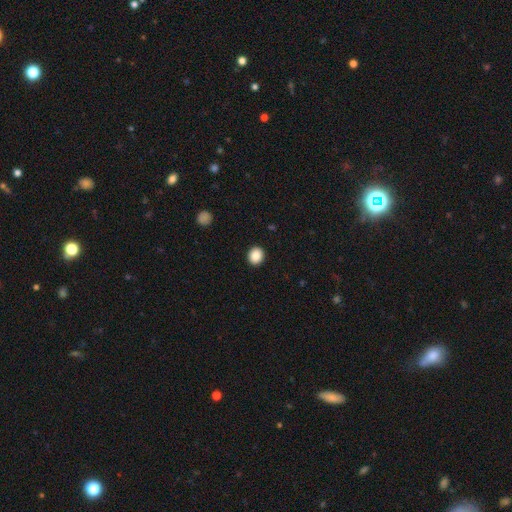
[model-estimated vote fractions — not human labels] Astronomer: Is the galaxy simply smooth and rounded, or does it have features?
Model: smooth — 88%.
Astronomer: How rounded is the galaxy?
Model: round — 74%.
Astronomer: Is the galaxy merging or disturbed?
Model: none — 92%.